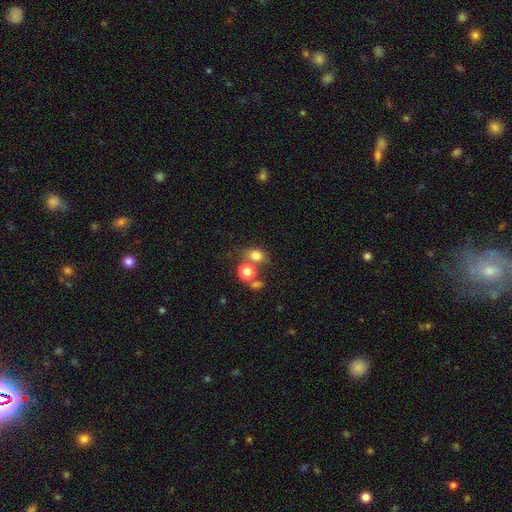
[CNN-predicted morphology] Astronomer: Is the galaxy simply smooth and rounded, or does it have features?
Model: smooth — 78%.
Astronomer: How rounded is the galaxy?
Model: round — 50% (runner-up: in between, 48%).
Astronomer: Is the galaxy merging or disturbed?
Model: none — 56%.